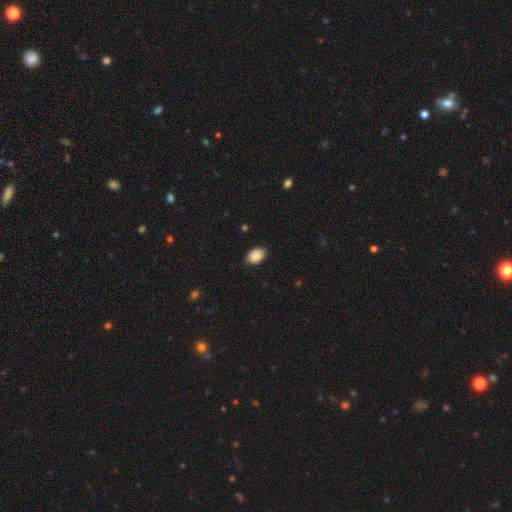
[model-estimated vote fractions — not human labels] smooth 90%, star or artifact 7%, featured or disk 3%. Down the decision tree: how rounded — in between (82%); merging — none (86%).